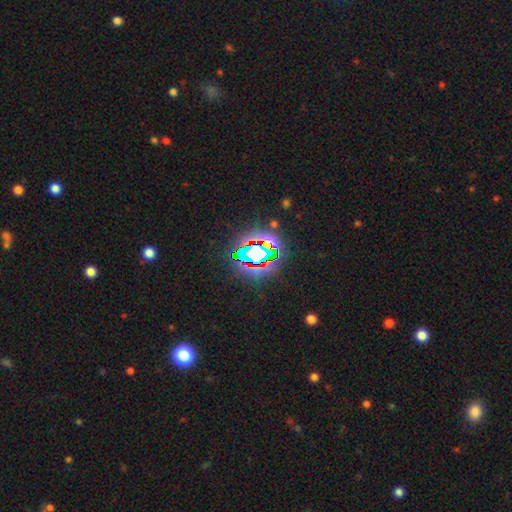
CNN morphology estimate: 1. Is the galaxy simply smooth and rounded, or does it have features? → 82% star or artifact, 10% smooth, 8% featured or disk.